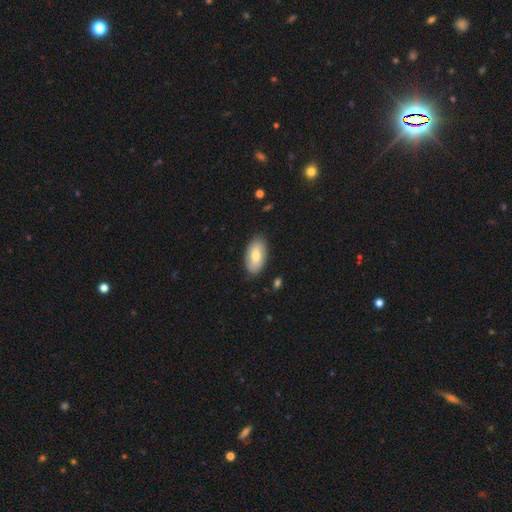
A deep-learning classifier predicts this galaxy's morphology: Smooth or featured? smooth (71%)
How rounded? in between (94%)
Merging? none (85%)